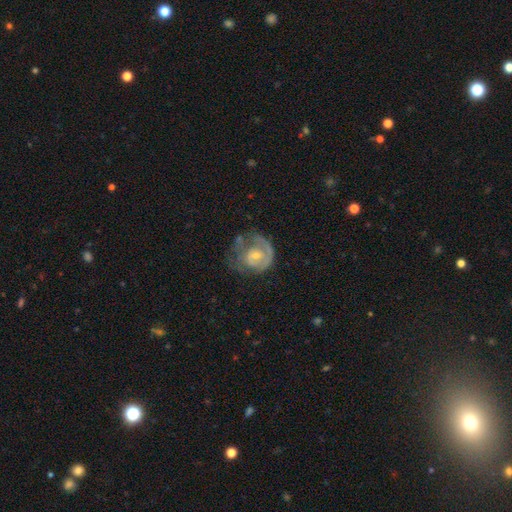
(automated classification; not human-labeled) featured or disk 71%, smooth 22%, star or artifact 7%. Down the decision tree: edge-on disk — no (97%); bar — no (71%); spiral arms — yes (77%); spiral arm count — 1 (42%); spiral winding — tight (54%); bulge size — small (51%); merging — none (45%).